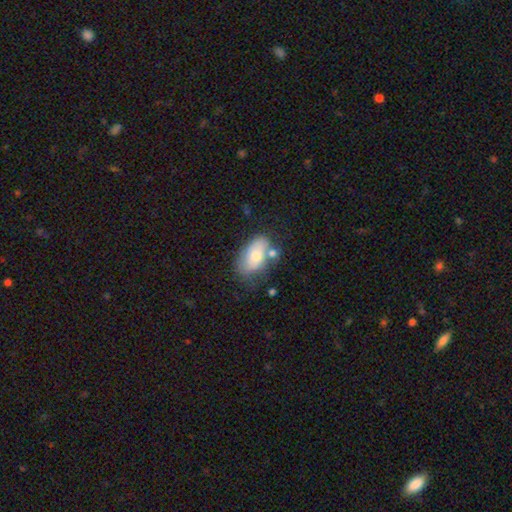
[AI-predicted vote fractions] Smooth or featured? smooth (69%)
How rounded? in between (92%)
Merging? none (50%)